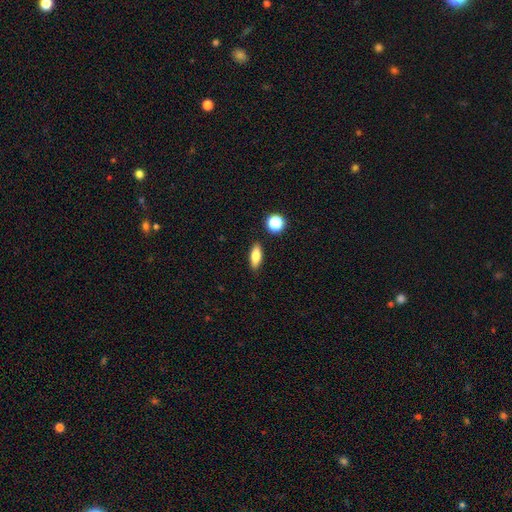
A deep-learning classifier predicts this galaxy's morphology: Q: Smooth or featured?
A: smooth (75%); runner-up: featured or disk (16%)
Q: How rounded?
A: in between (68%); runner-up: cigar-shaped (27%)
Q: Merging?
A: none (87%); runner-up: minor disturbance (8%)